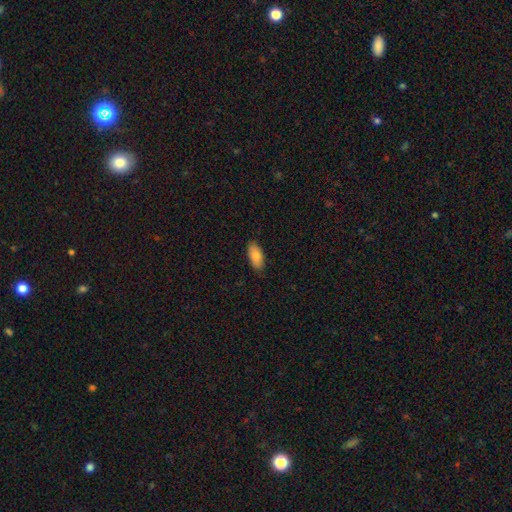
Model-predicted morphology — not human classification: This appears to be a smooth galaxy with no disk features (85%) that is in between round and cigar-shaped (90%). Merging: none (87%).